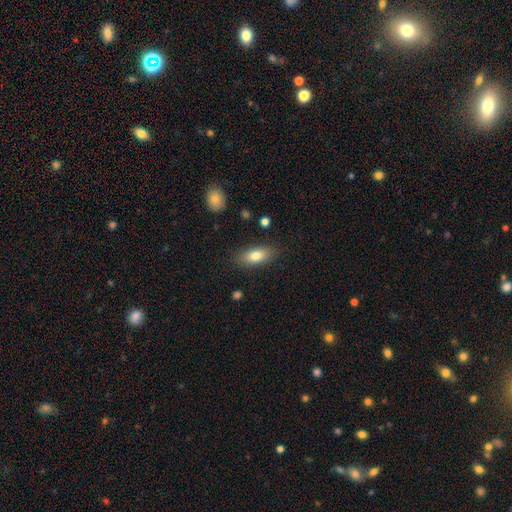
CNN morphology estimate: Overall: smooth (79%). How rounded: in between (83%). Merging: none (84%).